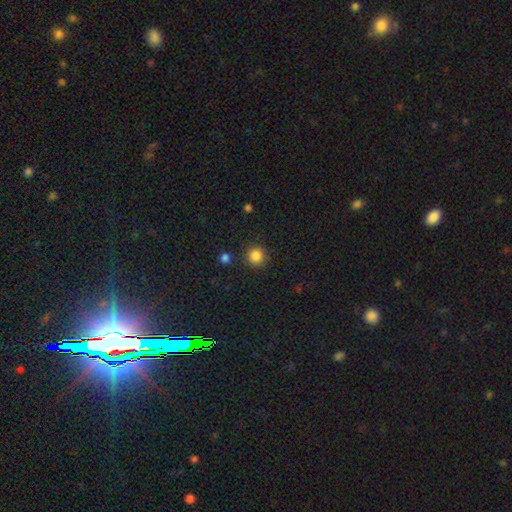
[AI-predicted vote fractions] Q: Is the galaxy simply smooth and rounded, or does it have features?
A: smooth — 85%.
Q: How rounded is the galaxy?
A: round — 95%.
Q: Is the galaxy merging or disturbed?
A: none — 89%.